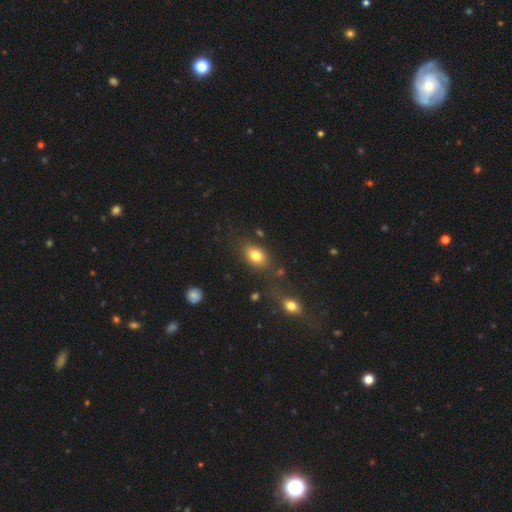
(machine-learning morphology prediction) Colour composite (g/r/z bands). It shows a smooth galaxy with no disk features (80%) that is in between round and cigar-shaped (81%). Merging: none (76%).